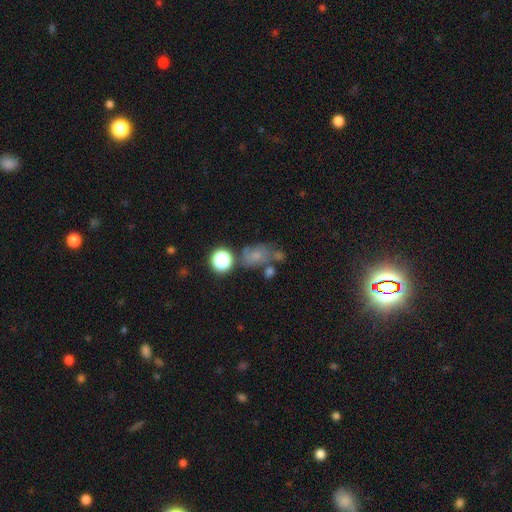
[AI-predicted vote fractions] smooth-or-featured: smooth: 54% | star or artifact: 25% | featured or disk: 21%
  how-rounded: in between: 62% | round: 36% | cigar-shaped: 2%
  merging: none: 43% | merger: 23% | minor disturbance: 20% | major disturbance: 14%